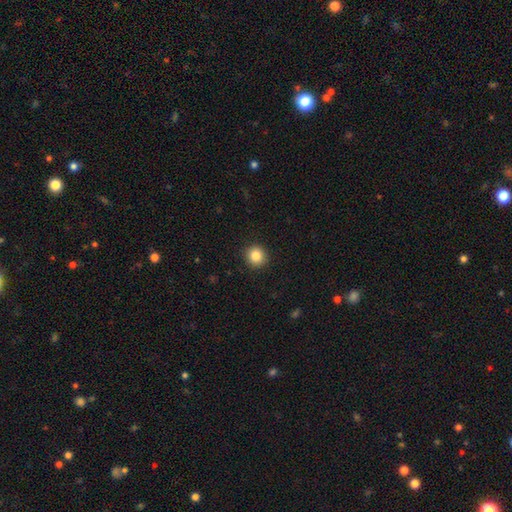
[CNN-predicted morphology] smooth 85%, star or artifact 10%, featured or disk 5%. Down the decision tree: how rounded — round (92%); merging — none (92%).